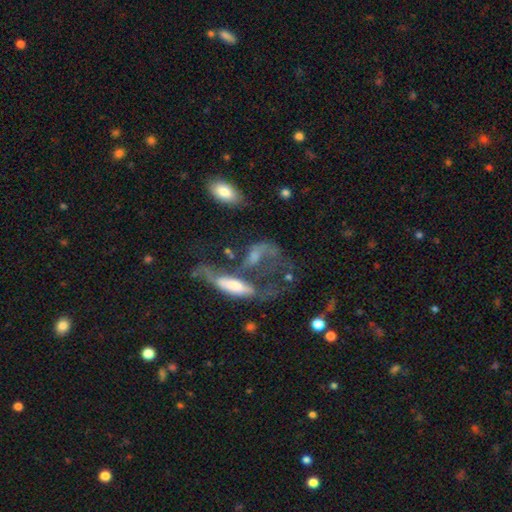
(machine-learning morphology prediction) Q: Smooth or featured?
A: featured or disk (50%); runner-up: smooth (36%)
Q: Edge-on disk?
A: no (79%); runner-up: yes (21%)
Q: Merging?
A: merger (39%); runner-up: major disturbance (33%)